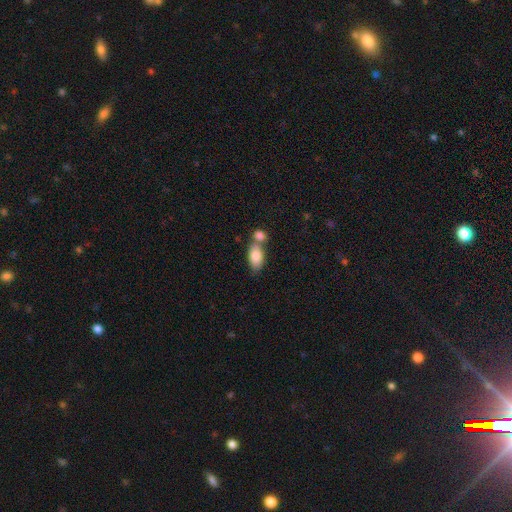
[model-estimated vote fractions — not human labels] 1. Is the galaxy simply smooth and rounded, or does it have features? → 84% smooth, 9% featured or disk, 7% star or artifact.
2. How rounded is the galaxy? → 91% in between, 5% round, 4% cigar-shaped.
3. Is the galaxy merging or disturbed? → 44% merger, 42% none, 11% minor disturbance, 4% major disturbance.